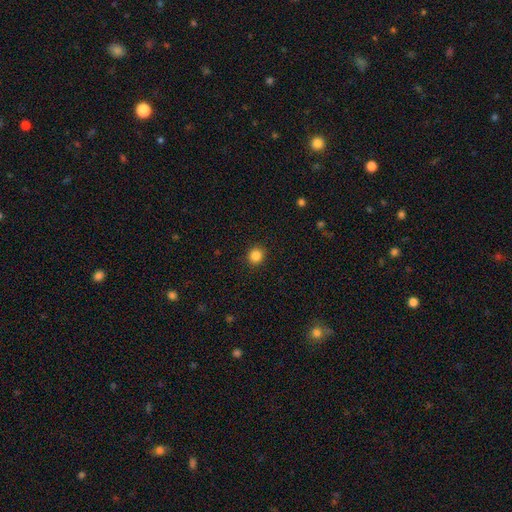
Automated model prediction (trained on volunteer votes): Morphology: type=smooth (86%); roundness=round (89%); merging=none (92%).